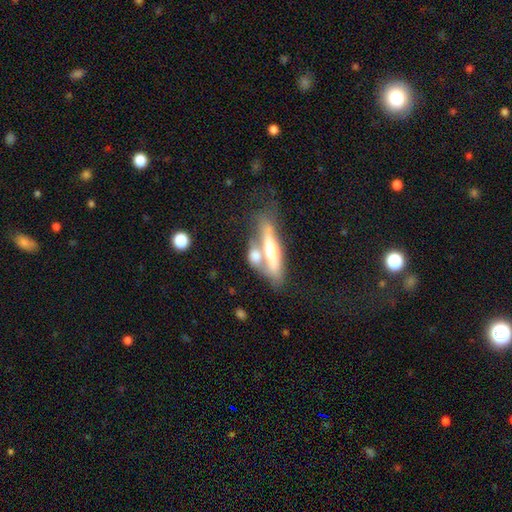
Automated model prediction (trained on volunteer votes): Smooth or featured? Predicted: smooth (p=0.48). Merging? Predicted: merger (p=0.50).